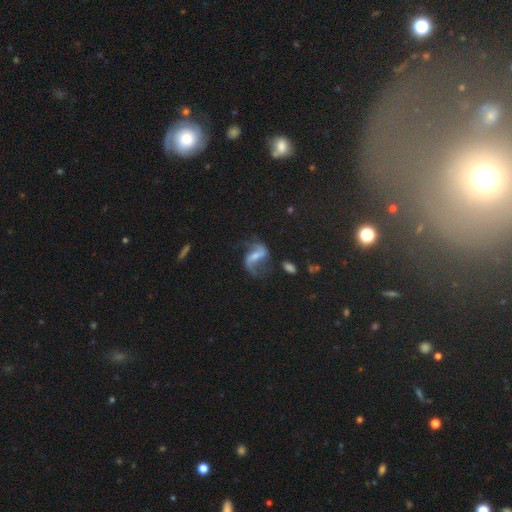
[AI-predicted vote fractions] This appears to be a featured or disk galaxy (83%) with a weak bar (40%), 2 (90%) loose (69%) spiral arms (94%) and a small central bulge (50%). Merging: none (60%).